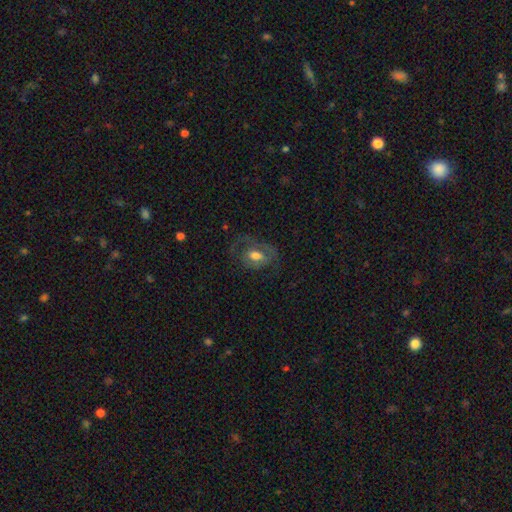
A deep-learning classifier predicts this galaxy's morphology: featured or disk 48%, smooth 43%, star or artifact 8%. Down the decision tree: merging — none (52%).